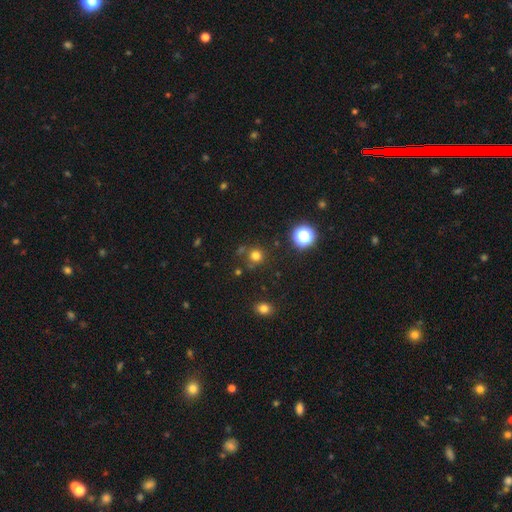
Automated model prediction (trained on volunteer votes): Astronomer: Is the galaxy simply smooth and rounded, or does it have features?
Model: smooth — 73%.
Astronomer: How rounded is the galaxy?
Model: round — 92%.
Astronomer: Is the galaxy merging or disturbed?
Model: none — 79%.